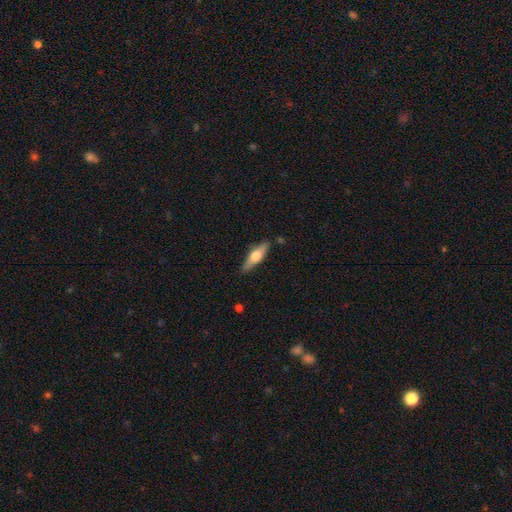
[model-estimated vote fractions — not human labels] smooth-or-featured: featured or disk: 52% | smooth: 42% | star or artifact: 6%
  disk-edge-on: yes: 93% | no: 7%
  merging: none: 84% | minor disturbance: 11% | major disturbance: 2% | merger: 2%